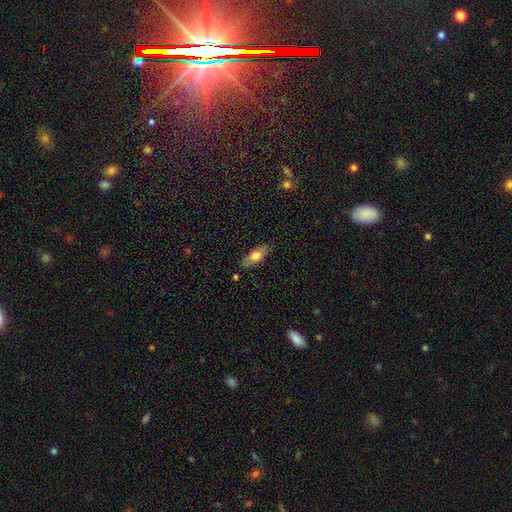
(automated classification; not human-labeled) Smooth or featured?
  - smooth: 67% *
  - featured or disk: 26%
  - star or artifact: 6%
How rounded?
  - in between: 75% *
  - cigar-shaped: 22%
  - round: 3%
Merging?
  - none: 83% *
  - minor disturbance: 12%
  - major disturbance: 2%
  - merger: 2%